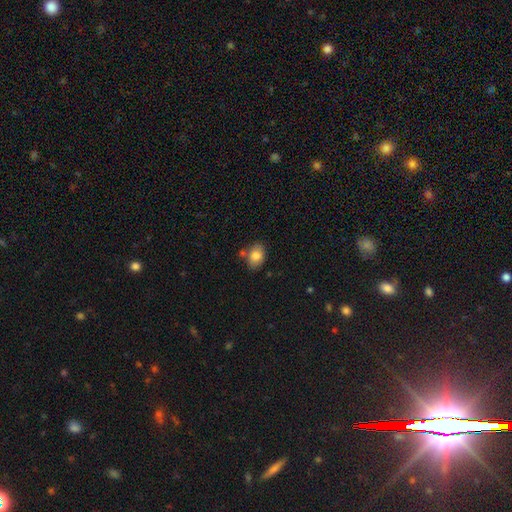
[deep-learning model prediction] Smooth or featured?
  - smooth: 82% *
  - featured or disk: 10%
  - star or artifact: 8%
How rounded?
  - in between: 77% *
  - round: 22%
  - cigar-shaped: 1%
Merging?
  - none: 73% *
  - minor disturbance: 15%
  - merger: 9%
  - major disturbance: 3%